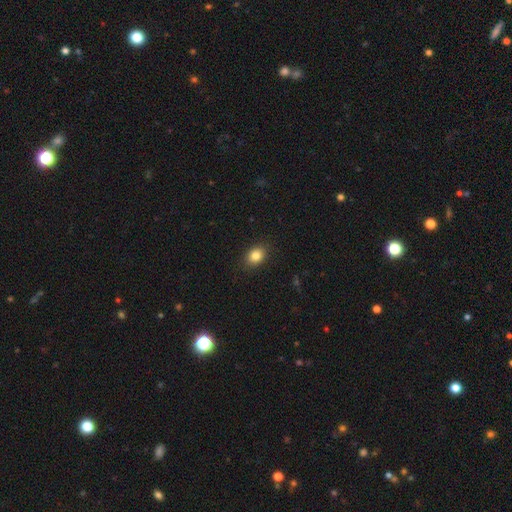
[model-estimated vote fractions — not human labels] Smooth or featured? Predicted: smooth (p=0.84). How rounded? Predicted: in between (p=0.61). Merging? Predicted: none (p=0.88).